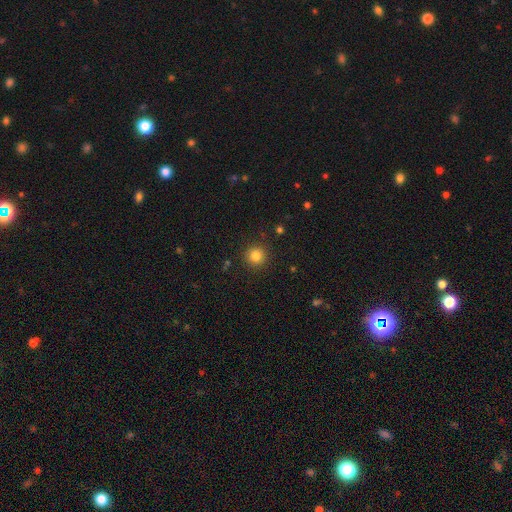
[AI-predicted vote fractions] smooth 83%, star or artifact 12%, featured or disk 5%. Down the decision tree: how rounded — round (95%); merging — none (91%).